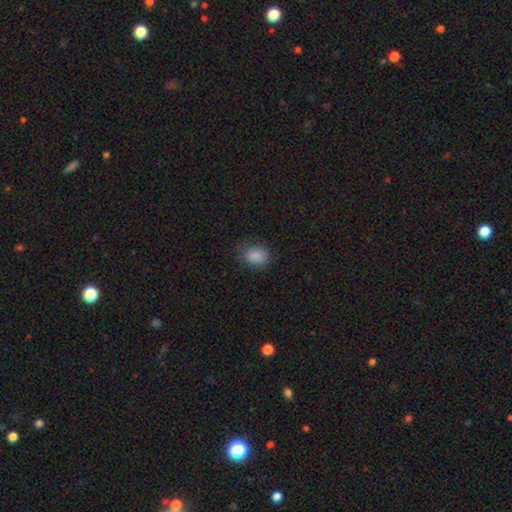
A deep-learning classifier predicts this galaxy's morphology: Smooth or featured? Predicted: smooth (p=0.86). How rounded? Predicted: in between (p=0.54). Merging? Predicted: none (p=0.74).